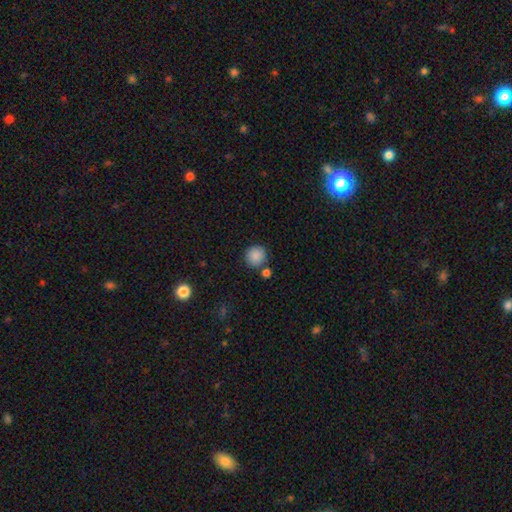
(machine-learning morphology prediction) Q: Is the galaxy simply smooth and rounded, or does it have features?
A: smooth — 88%.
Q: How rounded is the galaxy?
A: round — 92%.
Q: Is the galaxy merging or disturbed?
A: none — 79%.